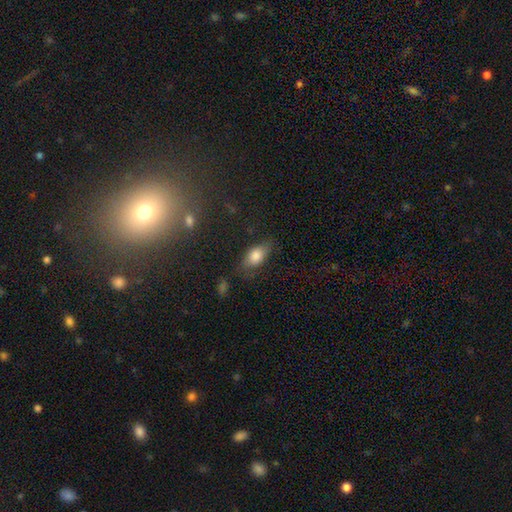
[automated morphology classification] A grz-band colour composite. It shows a smooth galaxy with no disk features (79%) that is in between round and cigar-shaped (87%). Merging: none (67%).